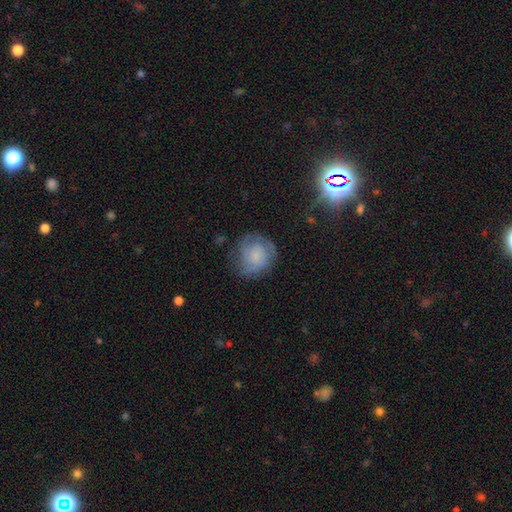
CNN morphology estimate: The model was most divided on "smooth or featured": smooth: 49%, featured or disk: 41%, star or artifact: 10%. More confident: merging — none (62%).